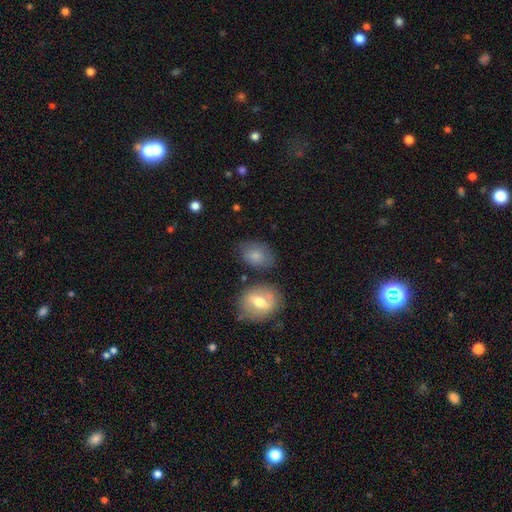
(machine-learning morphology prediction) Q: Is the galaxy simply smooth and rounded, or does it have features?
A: smooth — 74%.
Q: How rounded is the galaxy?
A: in between — 77%.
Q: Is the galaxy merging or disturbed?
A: none — 62%.